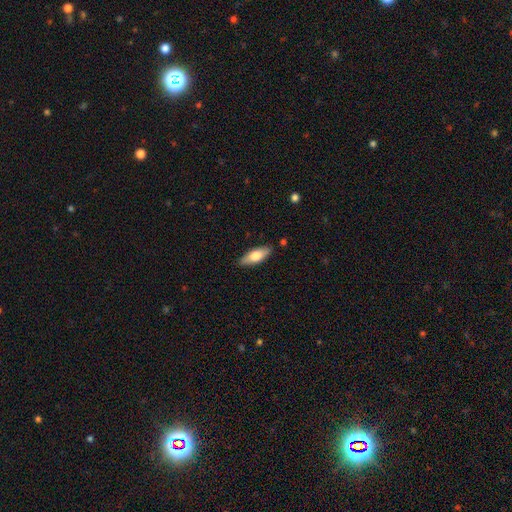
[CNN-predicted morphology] A smooth galaxy with no disk features (69%) that is in between round and cigar-shaped (68%).

Vote fractions:
- Smooth or featured? smooth: 69% / featured or disk: 25% / star or artifact: 6%
- How rounded? in between: 68% / cigar-shaped: 30% / round: 2%
- Merging? none: 86% / minor disturbance: 11% / major disturbance: 2% / merger: 2%